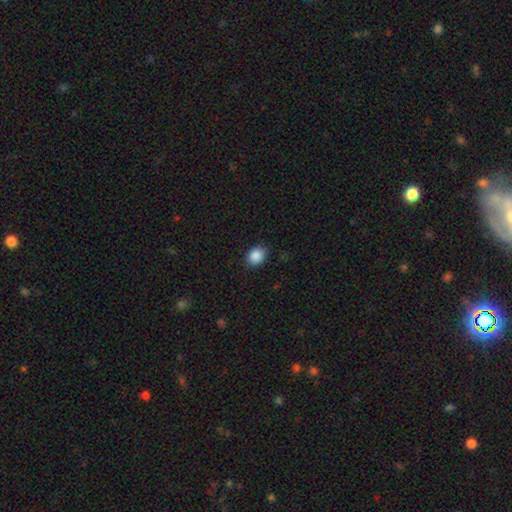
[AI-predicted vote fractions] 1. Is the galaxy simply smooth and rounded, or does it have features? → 88% smooth, 9% star or artifact, 3% featured or disk.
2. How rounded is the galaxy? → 50% in between, 49% round, 1% cigar-shaped.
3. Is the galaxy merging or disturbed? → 85% none, 11% minor disturbance, 3% major disturbance, 1% merger.